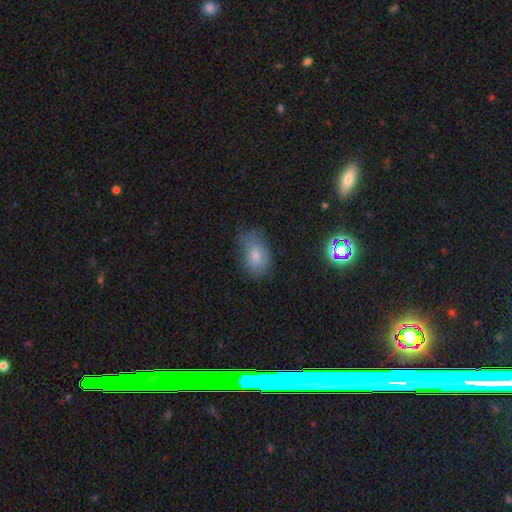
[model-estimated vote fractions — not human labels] Smooth or featured?
  - smooth: 74% *
  - featured or disk: 14%
  - star or artifact: 12%
How rounded?
  - in between: 86% *
  - round: 12%
  - cigar-shaped: 2%
Merging?
  - none: 54% *
  - minor disturbance: 32%
  - major disturbance: 11%
  - merger: 2%